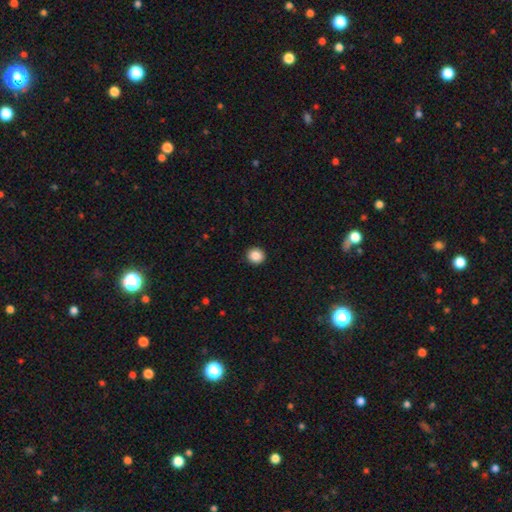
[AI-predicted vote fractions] smooth-or-featured: smooth: 88% | star or artifact: 9% | featured or disk: 3%
  how-rounded: round: 91% | in between: 8% | cigar-shaped: 1%
  merging: none: 93% | minor disturbance: 4% | major disturbance: 2% | merger: 1%